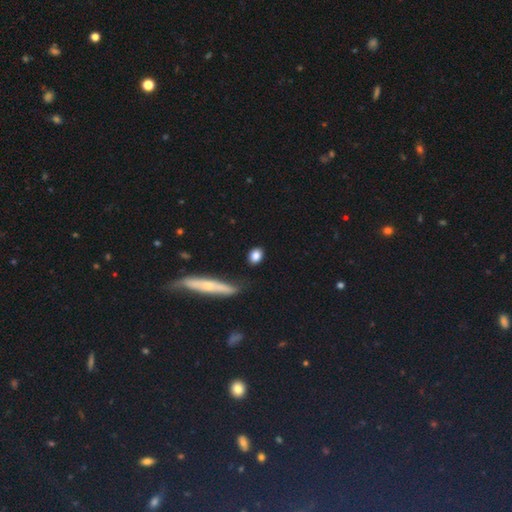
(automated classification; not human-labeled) smooth-or-featured: smooth: 84% | featured or disk: 9% | star or artifact: 8%
  how-rounded: in between: 61% | round: 34% | cigar-shaped: 5%
  merging: none: 82% | minor disturbance: 12% | major disturbance: 3% | merger: 3%